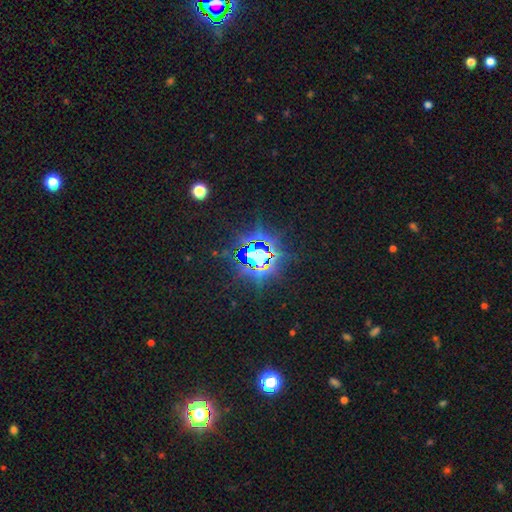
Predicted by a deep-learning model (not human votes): smooth_or_featured: star or artifact (p=0.80) [alt: smooth p=0.11]